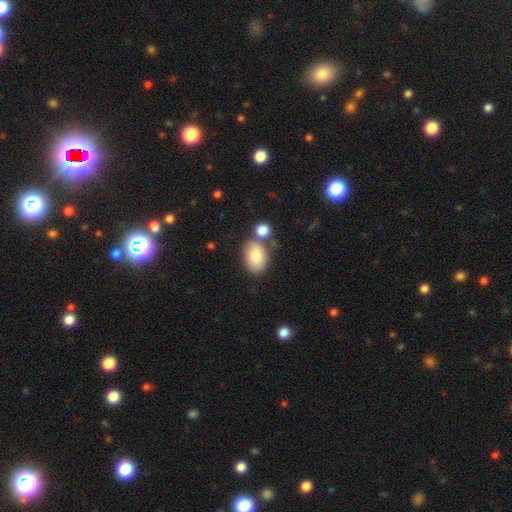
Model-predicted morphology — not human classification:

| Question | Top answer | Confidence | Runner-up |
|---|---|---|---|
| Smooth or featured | smooth | 84% | featured or disk (9%) |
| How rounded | in between | 88% | round (11%) |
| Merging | none | 59% | merger (19%) |